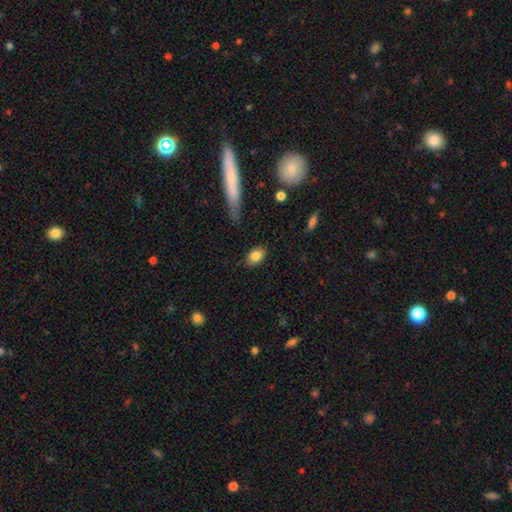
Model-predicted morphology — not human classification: smooth 84%, featured or disk 9%, star or artifact 8%. Down the decision tree: how rounded — in between (83%); merging — none (84%).